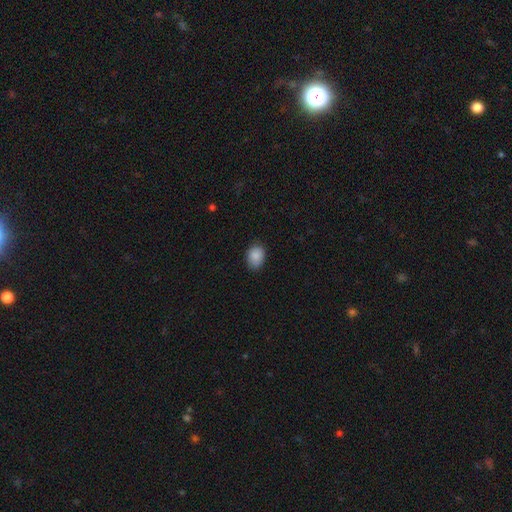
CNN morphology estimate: smooth 88%, star or artifact 8%, featured or disk 4%. Down the decision tree: how rounded — in between (65%); merging — none (82%).